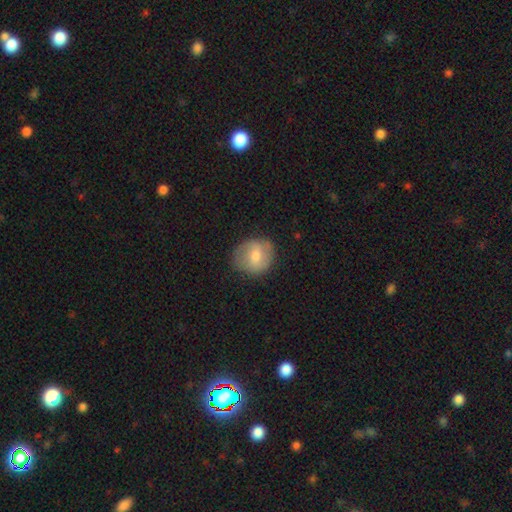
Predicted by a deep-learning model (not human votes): smooth_or_featured: smooth (p=0.62) [alt: featured or disk p=0.31]
how_rounded: round (p=0.76) [alt: in between p=0.22]
merging: none (p=0.78) [alt: minor disturbance p=0.16]